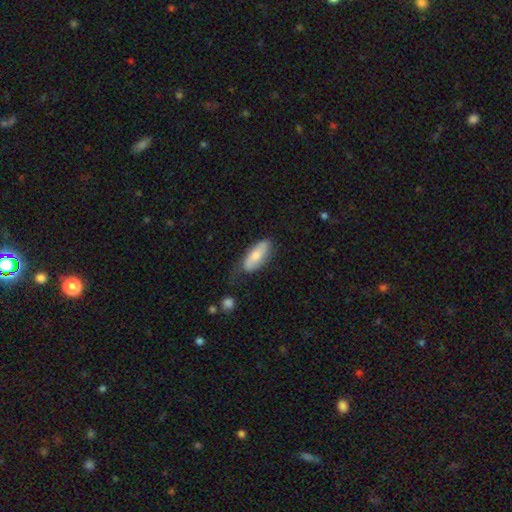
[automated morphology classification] Smooth or featured?
  - smooth: 71% *
  - featured or disk: 23%
  - star or artifact: 6%
How rounded?
  - in between: 75% *
  - cigar-shaped: 23%
  - round: 2%
Merging?
  - none: 57% *
  - minor disturbance: 30%
  - major disturbance: 9%
  - merger: 4%